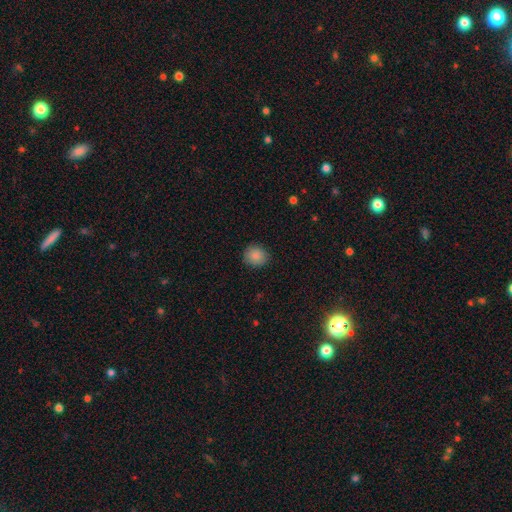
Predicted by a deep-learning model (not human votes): A smooth galaxy with no disk features (87%) that is round (81%). Merging: none (88%).